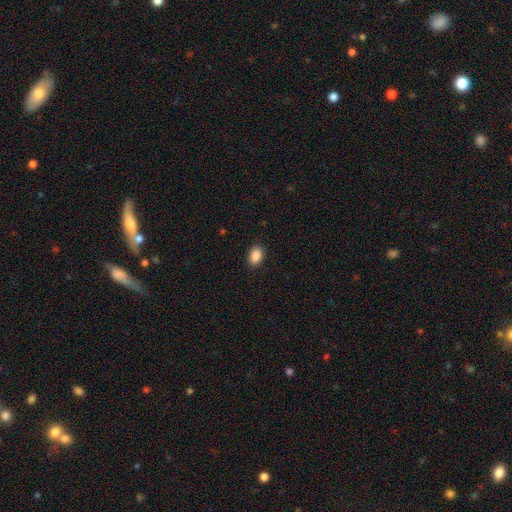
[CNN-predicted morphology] Smooth or featured: smooth — 89% (star or artifact — 8%)
How rounded: in between — 84% (round — 15%)
Merging: none — 90% (minor disturbance — 7%)